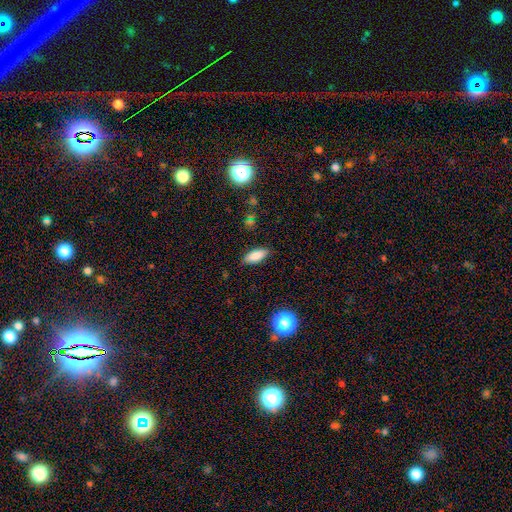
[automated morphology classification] This appears to be a smooth galaxy with no disk features (84%) that is in between round and cigar-shaped (78%). Merging: none (86%).